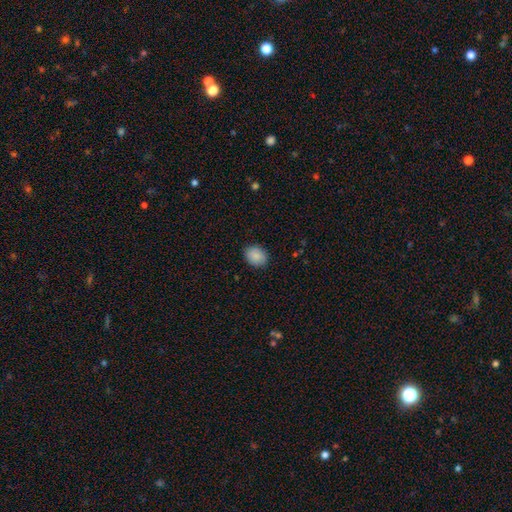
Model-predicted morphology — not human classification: smooth-or-featured: smooth: 89% | star or artifact: 7% | featured or disk: 4%
  how-rounded: round: 52% | in between: 47% | cigar-shaped: 1%
  merging: none: 88% | minor disturbance: 9% | major disturbance: 2% | merger: 1%